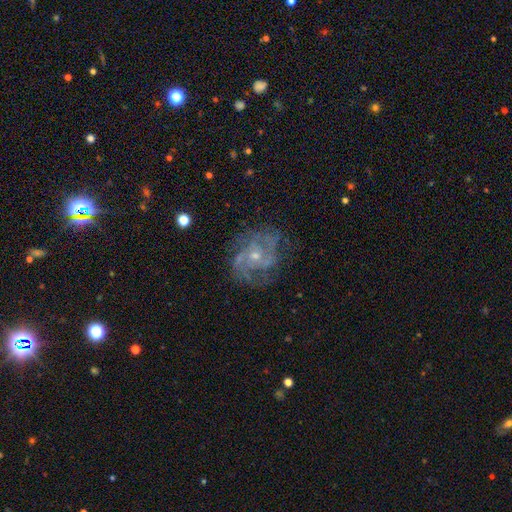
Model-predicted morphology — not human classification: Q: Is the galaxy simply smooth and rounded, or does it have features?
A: featured or disk — 83%.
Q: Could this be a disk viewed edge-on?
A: no — 98%.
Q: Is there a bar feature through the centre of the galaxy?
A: no — 71%.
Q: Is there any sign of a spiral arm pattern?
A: yes — 92%.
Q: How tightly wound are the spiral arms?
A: medium — 45%.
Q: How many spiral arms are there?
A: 2 — 33%.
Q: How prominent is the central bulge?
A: small — 64%.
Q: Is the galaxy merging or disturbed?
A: none — 68%.